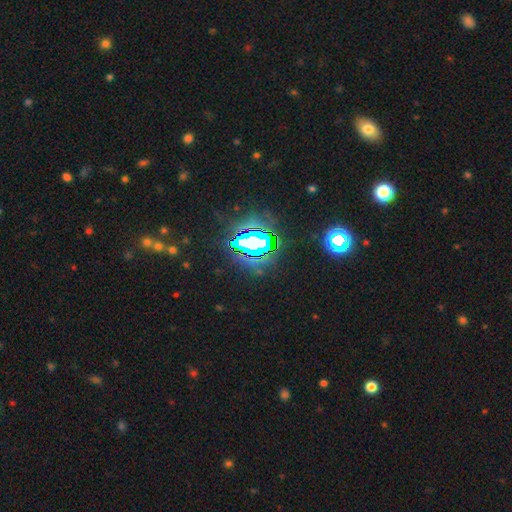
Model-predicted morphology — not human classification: The model was most divided on "smooth or featured": star or artifact: 82%, smooth: 11%, featured or disk: 7%.